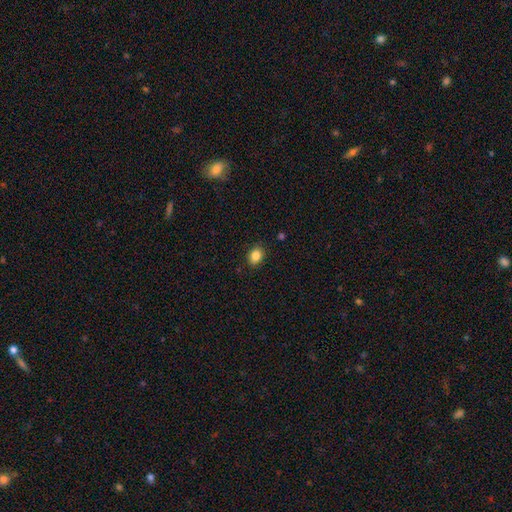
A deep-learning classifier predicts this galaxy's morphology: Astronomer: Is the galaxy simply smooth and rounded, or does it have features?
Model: smooth — 86%.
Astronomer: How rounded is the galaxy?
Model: in between — 61% (runner-up: round, 38%).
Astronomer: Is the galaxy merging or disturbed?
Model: none — 87%.